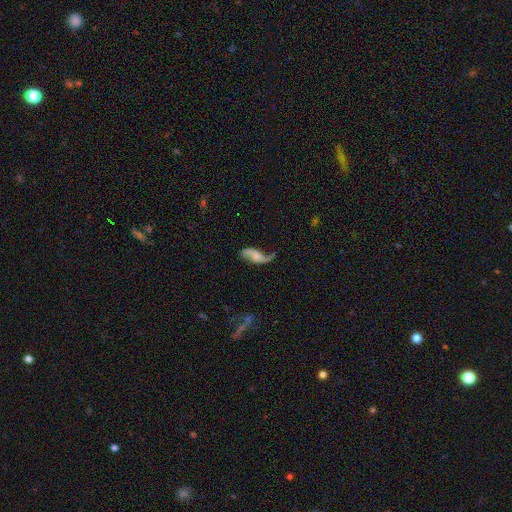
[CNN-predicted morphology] This appears to be a featured or disk galaxy (81%) with no bar (57%), 2 (90%) loose (85%) spiral arms (94%) and no central bulge (46%). Merging: none (64%).